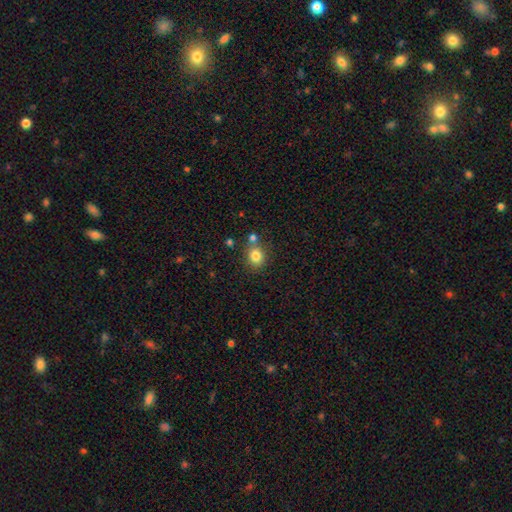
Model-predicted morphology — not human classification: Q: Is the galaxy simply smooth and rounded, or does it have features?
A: smooth — 82%.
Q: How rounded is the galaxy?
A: round — 69%.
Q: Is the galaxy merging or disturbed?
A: none — 71%.